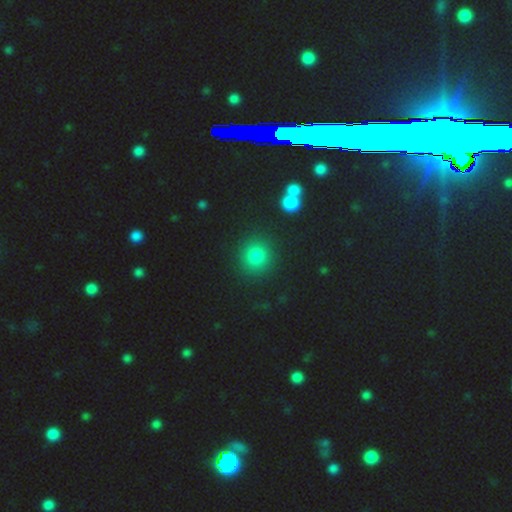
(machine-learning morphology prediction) smooth-or-featured: smooth: 79% | star or artifact: 16% | featured or disk: 5%
  how-rounded: round: 90% | in between: 9% | cigar-shaped: 1%
  merging: none: 87% | minor disturbance: 7% | merger: 4% | major disturbance: 3%